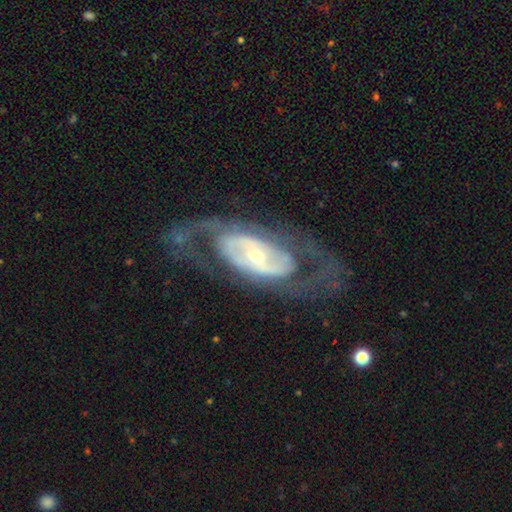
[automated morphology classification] This is clearly a featured or disk galaxy (83%). It is clearly not viewed edge-on (91%). Bar: possibly no (50%). Spiral arm pattern: likely yes (72%). Spiral arm count: likely 2 (72%). Spiral winding: marginally medium (42%). Central bulge: possibly small (54%). Merging: likely none (67%).